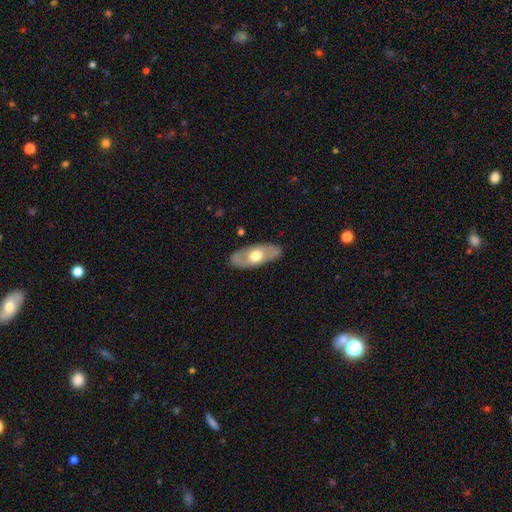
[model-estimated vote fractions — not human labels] Morphology: type=smooth (48%, tied with featured or disk); merging=none (86%).